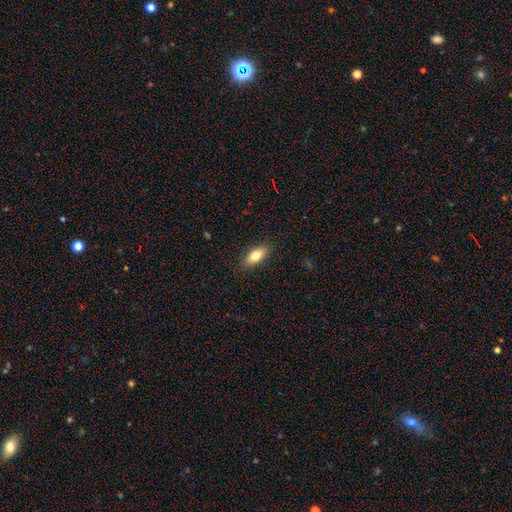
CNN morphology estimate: Smooth or featured? smooth (80%)
How rounded? in between (86%)
Merging? none (87%)